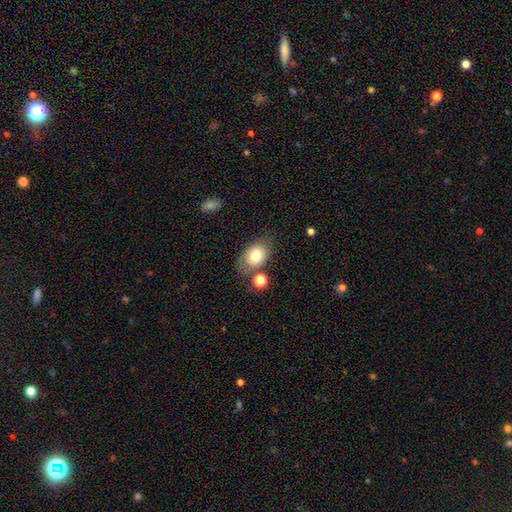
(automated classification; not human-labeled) This appears to be a smooth galaxy with no disk features (76%) that is in between round and cigar-shaped (77%). Merging: none (66%).